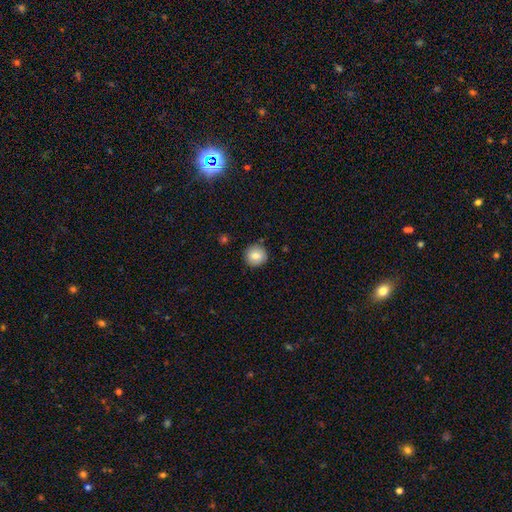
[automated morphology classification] smooth 83%, featured or disk 8%, star or artifact 8%. Down the decision tree: how rounded — round (92%); merging — none (89%).